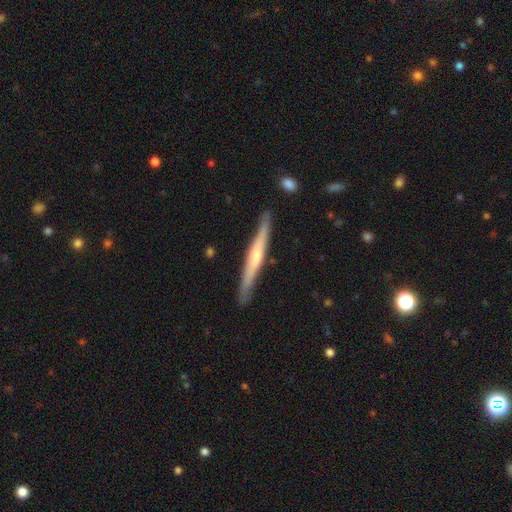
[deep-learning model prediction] Smooth or featured?
  - featured or disk: 61% *
  - smooth: 34%
  - star or artifact: 5%
Edge-on disk?
  - yes: 96% *
  - no: 4%
Edge-on bulge?
  - rounded: 51% *
  - none: 35%
  - boxy: 14%
Merging?
  - none: 86% *
  - minor disturbance: 10%
  - major disturbance: 2%
  - merger: 2%